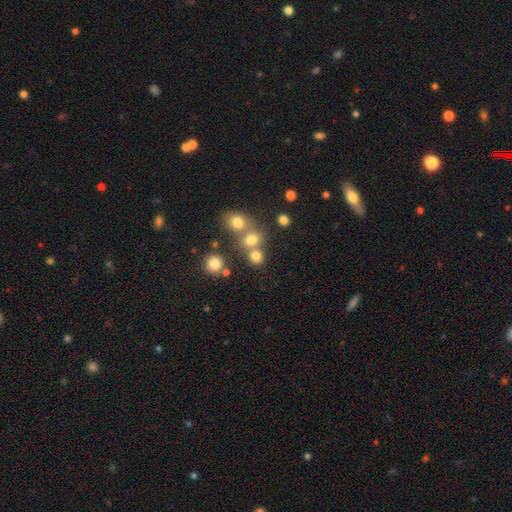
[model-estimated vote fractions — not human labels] smooth_or_featured: smooth (p=0.76) [alt: star or artifact p=0.16]
how_rounded: round (p=0.81) [alt: in between p=0.18]
merging: none (p=0.55) [alt: merger p=0.33]